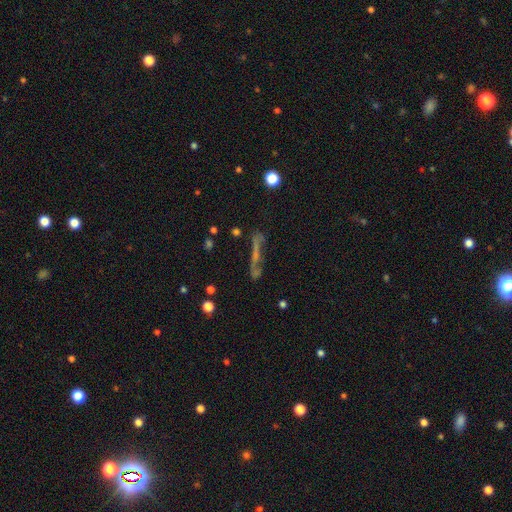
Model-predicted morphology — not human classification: smooth-or-featured: featured or disk: 48% | smooth: 33% | star or artifact: 19%
  merging: none: 55% | minor disturbance: 19% | major disturbance: 15% | merger: 11%